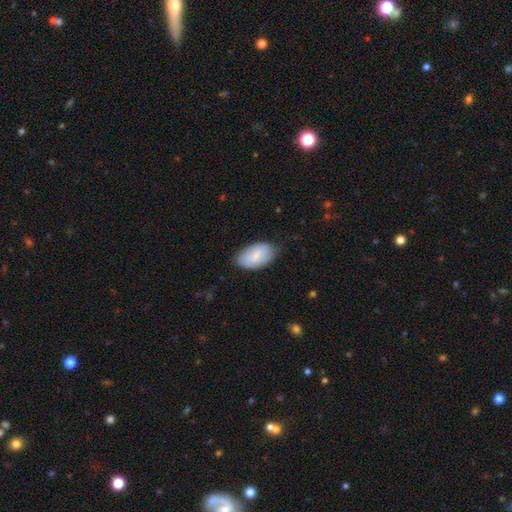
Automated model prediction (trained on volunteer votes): Smooth or featured?
  - smooth: 78% *
  - featured or disk: 16%
  - star or artifact: 6%
How rounded?
  - in between: 95% *
  - round: 3%
  - cigar-shaped: 2%
Merging?
  - none: 73% *
  - minor disturbance: 22%
  - major disturbance: 4%
  - merger: 1%